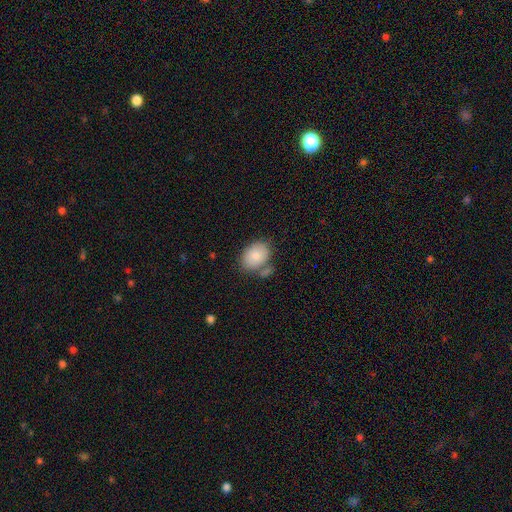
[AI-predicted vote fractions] A smooth galaxy with no disk features (82%) that is in between round and cigar-shaped (74%).

Vote fractions:
- Smooth or featured? smooth: 82% / featured or disk: 11% / star or artifact: 7%
- How rounded? in between: 74% / round: 25% / cigar-shaped: 1%
- Merging? none: 61% / minor disturbance: 17% / merger: 17% / major disturbance: 5%